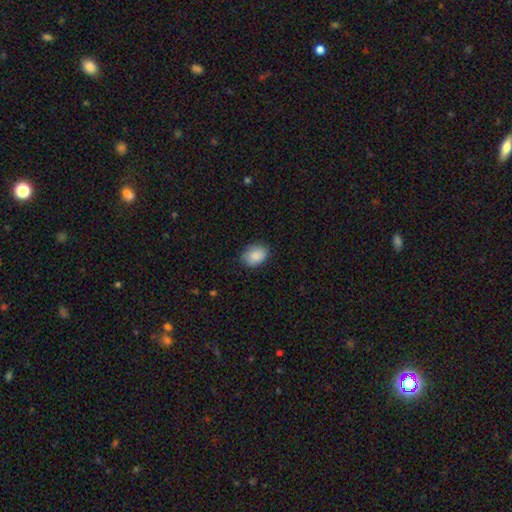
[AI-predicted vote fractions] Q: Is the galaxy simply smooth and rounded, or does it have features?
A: smooth — 89%.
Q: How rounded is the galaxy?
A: in between — 74%.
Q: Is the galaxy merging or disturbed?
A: none — 81%.